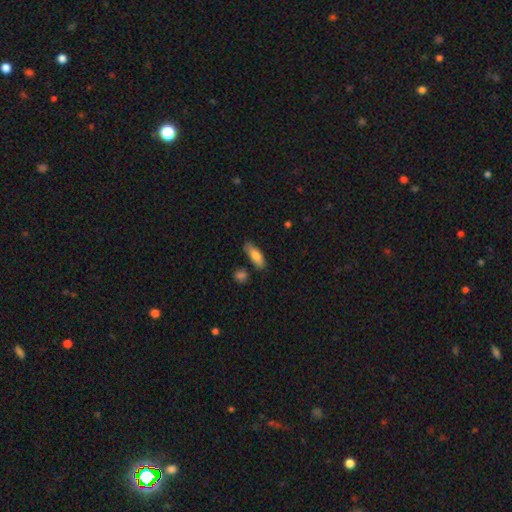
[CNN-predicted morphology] A smooth galaxy with no disk features (78%) that is in between round and cigar-shaped (65%). Merging: none (74%).